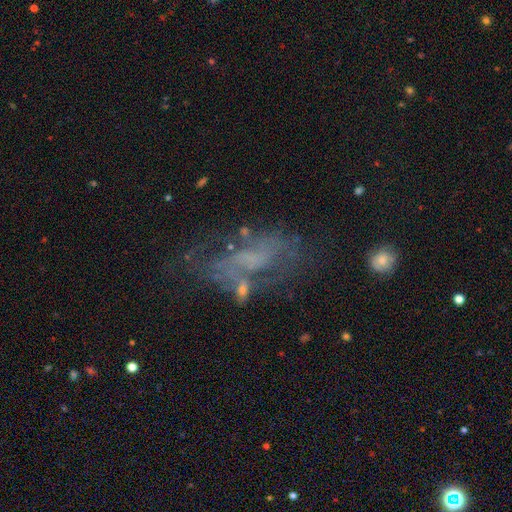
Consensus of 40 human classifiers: Morphology: type=featured or disk (85%); edge-on=no (100%); bar=weak (44%); spiral arms=yes (71%); winding=medium (50%); arm count=2 (62%); bulge=none (65%); merging=none (47%).